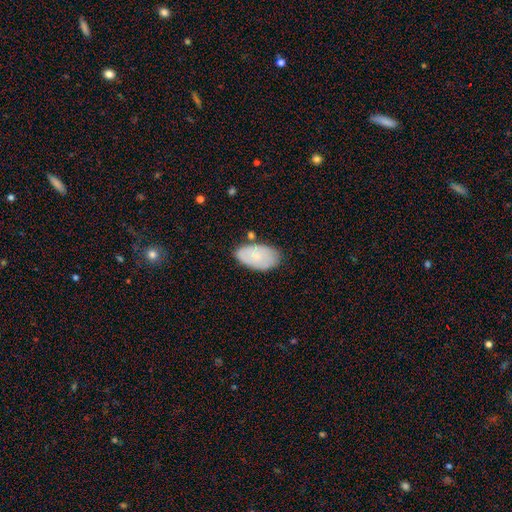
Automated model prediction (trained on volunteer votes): Smooth or featured? smooth (72%)
How rounded? in between (95%)
Merging? none (71%)